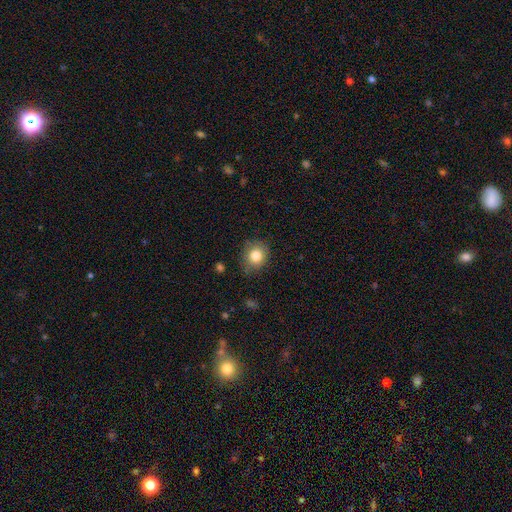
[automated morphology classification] A smooth galaxy with no disk features (82%) that is round (70%). Merging: none (82%).